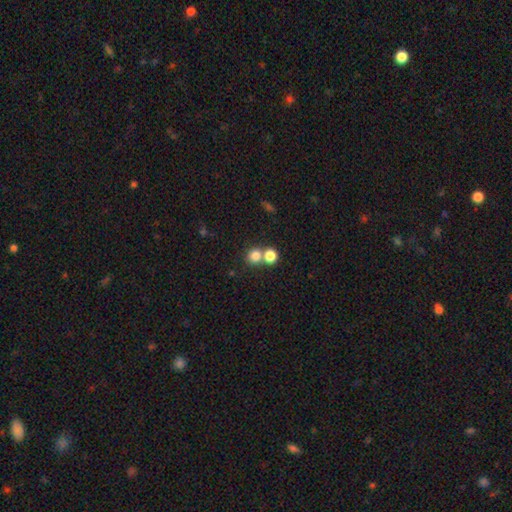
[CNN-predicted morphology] Smooth or featured? Predicted: smooth (p=0.80). How rounded? Predicted: round (p=0.86). Merging? Predicted: none (p=0.51).